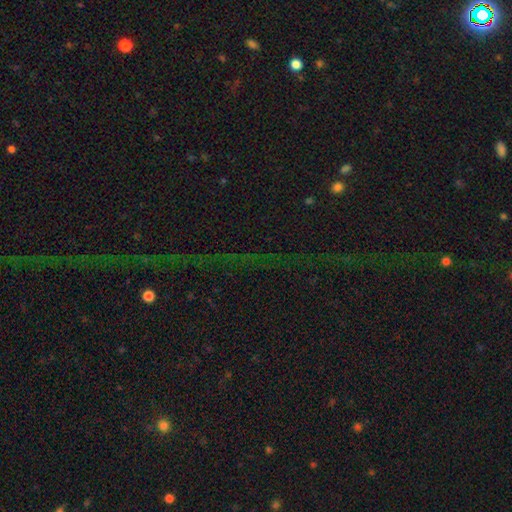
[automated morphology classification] Smooth or featured? Predicted: star or artifact (p=0.74).